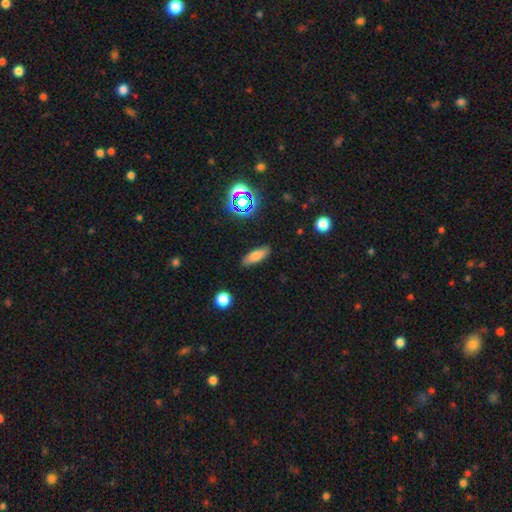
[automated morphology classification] Overall: smooth (74%). How rounded: in between (61%; cigar-shaped 36%). Merging: none (86%).